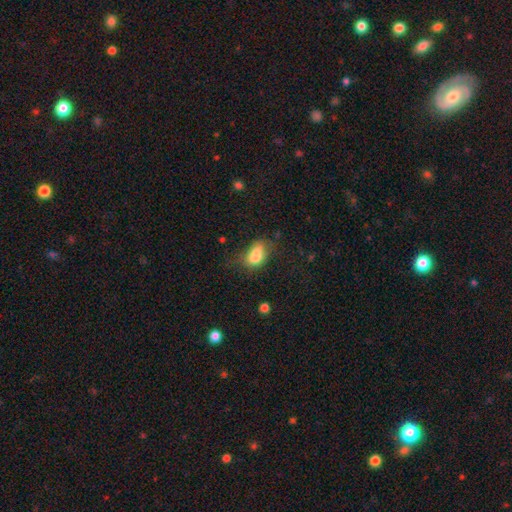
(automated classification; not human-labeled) A smooth galaxy with no disk features (76%) that is in between round and cigar-shaped (85%). Merging: none (38%).